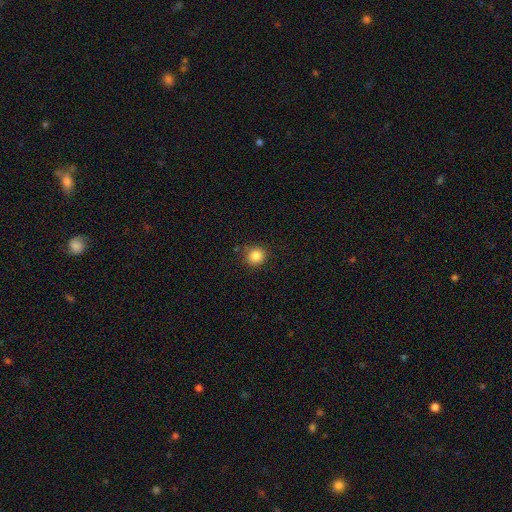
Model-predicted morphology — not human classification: smooth_or_featured: smooth (p=0.86) [alt: star or artifact p=0.10]
how_rounded: round (p=0.91) [alt: in between p=0.08]
merging: none (p=0.86) [alt: minor disturbance p=0.10]